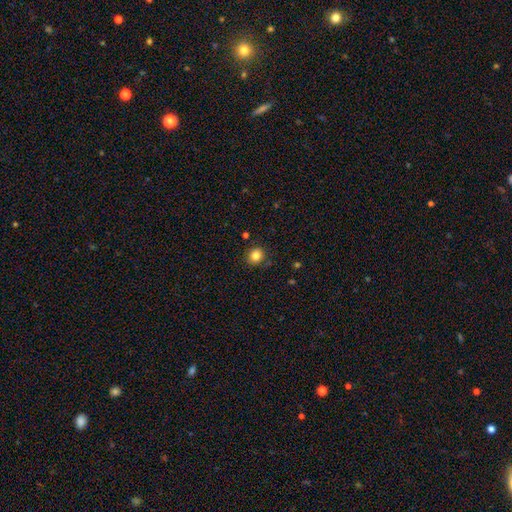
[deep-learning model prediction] Q: Smooth or featured?
A: smooth (83%); runner-up: star or artifact (12%)
Q: How rounded?
A: round (86%); runner-up: in between (13%)
Q: Merging?
A: none (87%); runner-up: minor disturbance (9%)